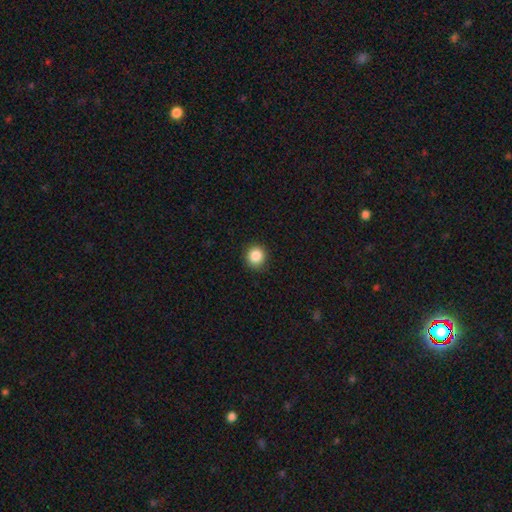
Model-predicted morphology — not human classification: The model was most divided on "smooth or featured": smooth: 87%, star or artifact: 10%, featured or disk: 3%. More confident: how rounded — round (91%); merging — none (91%).